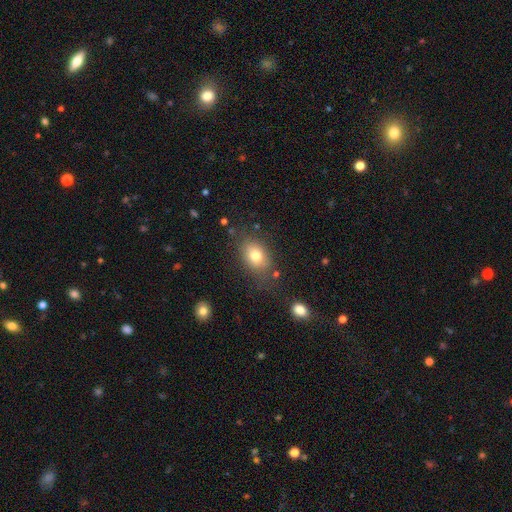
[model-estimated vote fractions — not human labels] A smooth galaxy with no disk features (77%) that is in between round and cigar-shaped (71%). Merging: none (72%).